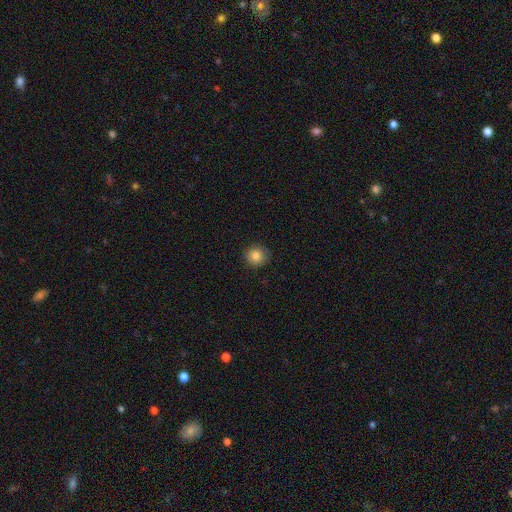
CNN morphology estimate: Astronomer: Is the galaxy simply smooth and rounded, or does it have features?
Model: smooth — 84%.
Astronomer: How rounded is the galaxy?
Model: round — 92%.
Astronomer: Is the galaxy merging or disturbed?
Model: none — 90%.